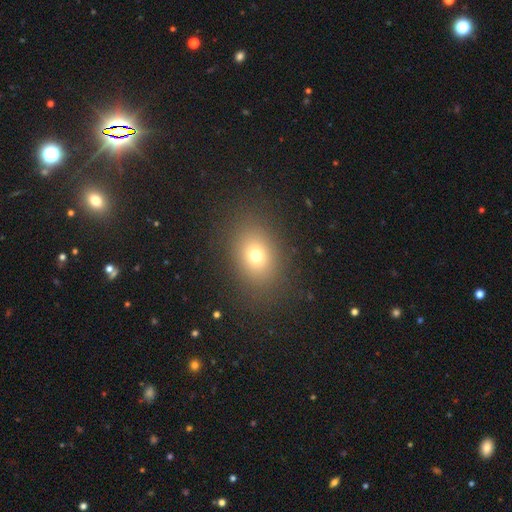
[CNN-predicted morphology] Overall: smooth (72%). How rounded: in between (57%; round 42%). Merging: none (85%).